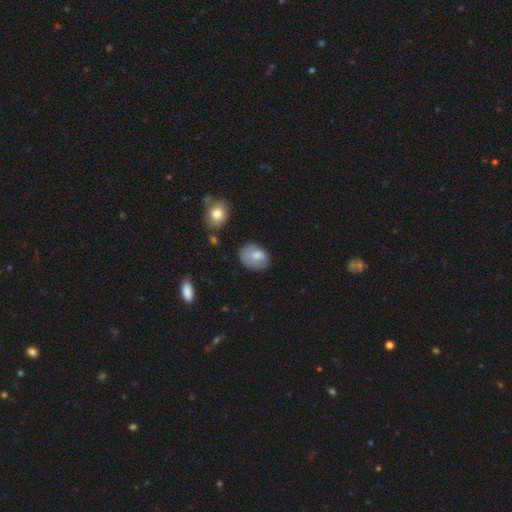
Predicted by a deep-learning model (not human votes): A smooth galaxy with no disk features (72%) that is in between round and cigar-shaped (65%).

Vote fractions:
- Smooth or featured? smooth: 72% / featured or disk: 19% / star or artifact: 8%
- How rounded? in between: 65% / round: 34% / cigar-shaped: 1%
- Merging? none: 54% / minor disturbance: 31% / major disturbance: 11% / merger: 4%